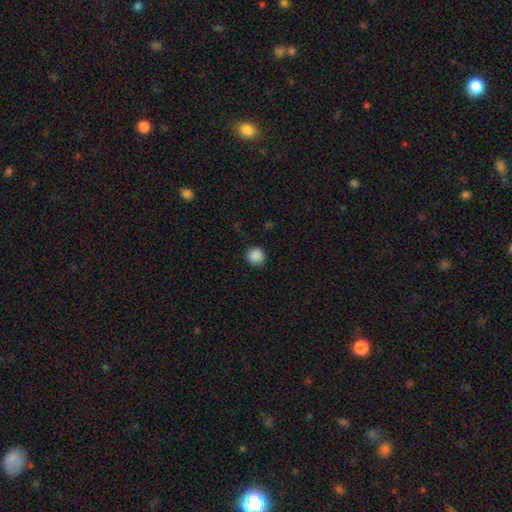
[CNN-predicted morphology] A smooth galaxy with no disk features (88%) that is round (94%). Merging: none (92%).